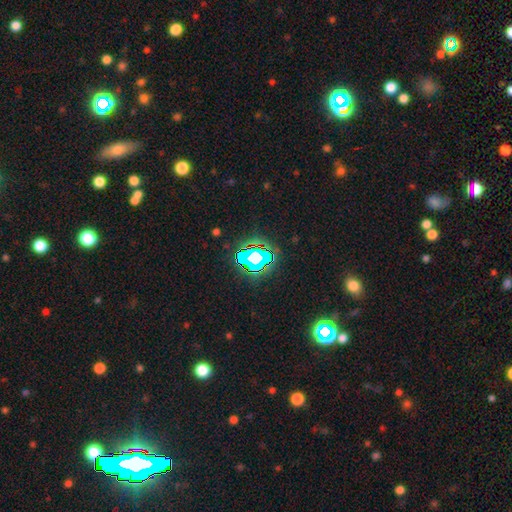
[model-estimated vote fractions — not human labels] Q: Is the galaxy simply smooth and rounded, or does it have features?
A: star or artifact — 76%.